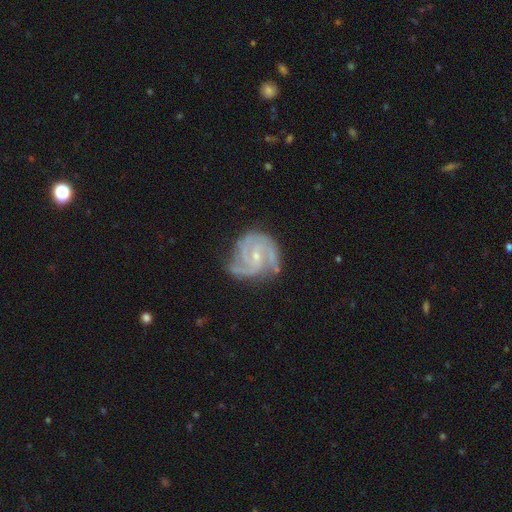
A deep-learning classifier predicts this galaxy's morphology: Smooth or featured: featured or disk — 90% (star or artifact — 5%)
Edge-on disk: no — 98% (yes — 2%)
Bar: no — 46% (weak — 42%)
Spiral arms: yes — 98% (no — 2%)
Spiral winding: tight — 52% (medium — 42%)
Spiral arm count: 3 — 48% (2 — 18%)
Bulge size: small — 73% (moderate — 23%)
Merging: none — 65% (minor disturbance — 24%)